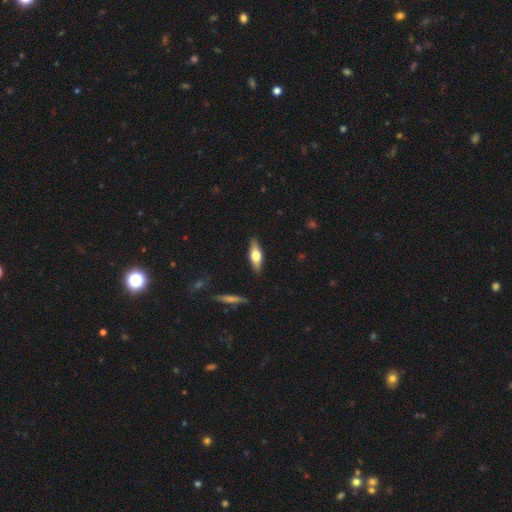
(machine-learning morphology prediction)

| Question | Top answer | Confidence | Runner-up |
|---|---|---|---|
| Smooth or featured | smooth | 53% | featured or disk (40%) |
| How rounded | in between | 57% | cigar-shaped (41%) |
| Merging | none | 87% | minor disturbance (9%) |